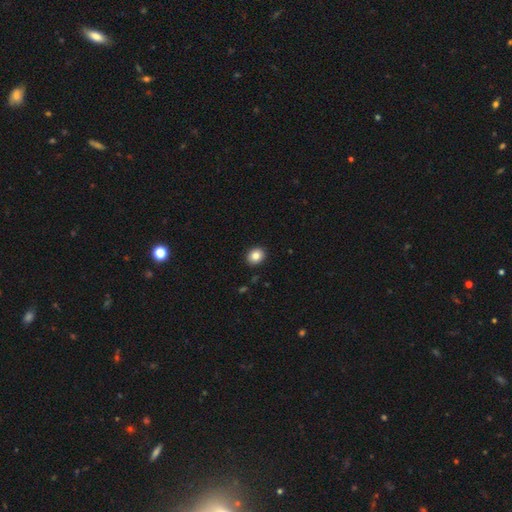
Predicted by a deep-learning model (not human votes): Smooth or featured?
  - smooth: 85% *
  - star or artifact: 9%
  - featured or disk: 6%
How rounded?
  - round: 65% *
  - in between: 34%
  - cigar-shaped: 1%
Merging?
  - none: 91% *
  - minor disturbance: 6%
  - major disturbance: 2%
  - merger: 1%